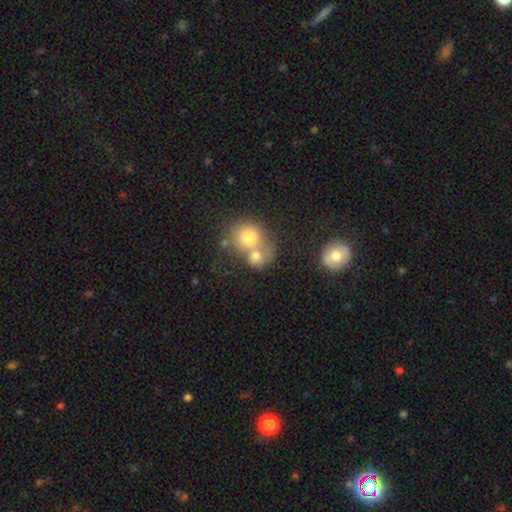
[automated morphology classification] smooth_or_featured: smooth (p=0.74) [alt: featured or disk p=0.15]
how_rounded: round (p=0.70) [alt: in between p=0.29]
merging: merger (p=0.62) [alt: none p=0.26]